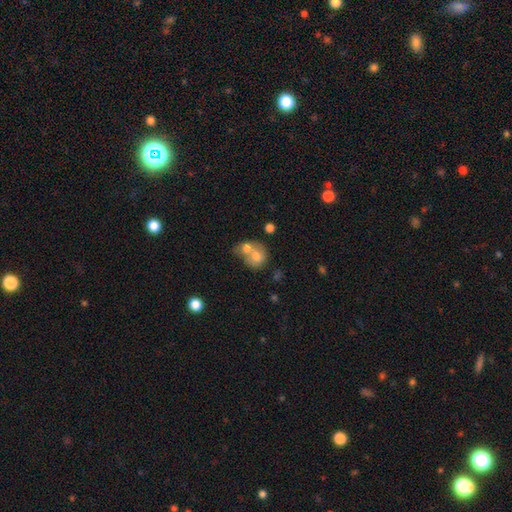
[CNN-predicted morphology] This appears to be a smooth galaxy with no disk features (67%) that is round (66%). Merging: merger (69%).